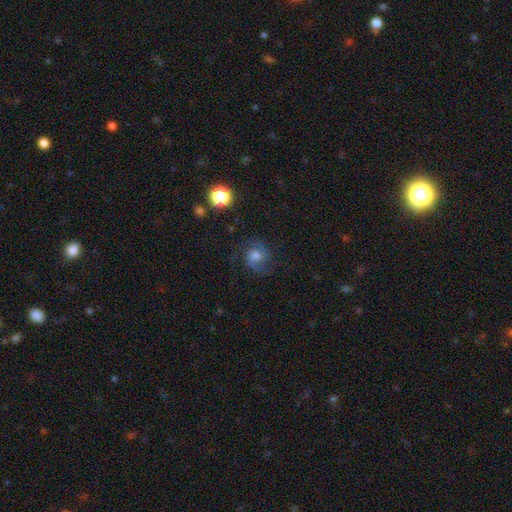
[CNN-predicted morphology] featured or disk 62%, smooth 25%, star or artifact 13%. Down the decision tree: edge-on disk — no (98%); bar — no (68%); spiral arms — yes (93%); spiral arm count — 2 (84%); spiral winding — medium (51%); bulge size — moderate (59%); merging — none (74%).